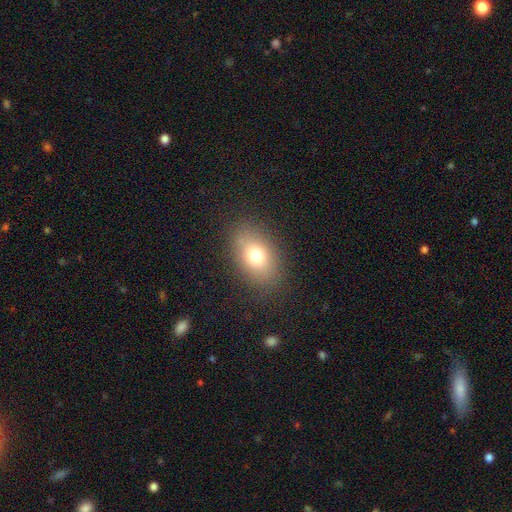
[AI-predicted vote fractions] smooth_or_featured: smooth (p=0.73) [alt: featured or disk p=0.14]
how_rounded: in between (p=0.78) [alt: round p=0.20]
merging: none (p=0.84) [alt: minor disturbance p=0.11]